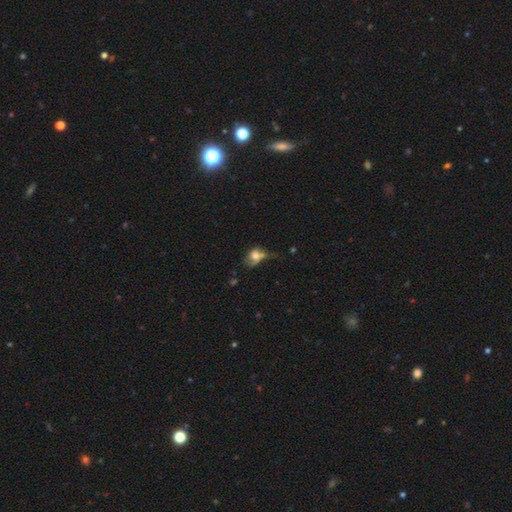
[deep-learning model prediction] smooth_or_featured: smooth (p=0.63) [alt: featured or disk p=0.26]
how_rounded: in between (p=0.61) [alt: round p=0.37]
merging: major disturbance (p=0.33) [alt: minor disturbance p=0.26]